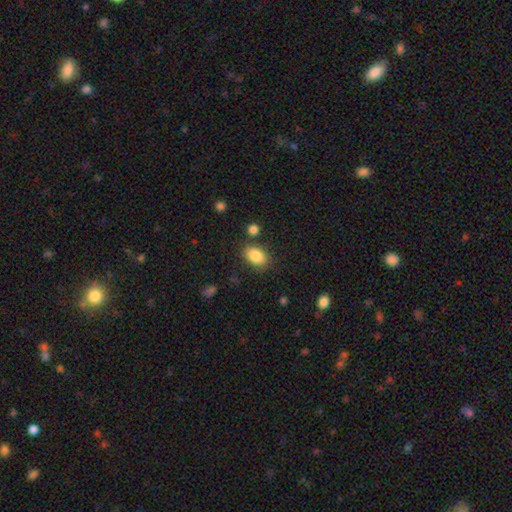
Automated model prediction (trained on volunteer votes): smooth 86%, star or artifact 8%, featured or disk 6%. Down the decision tree: how rounded — in between (86%); merging — none (78%).